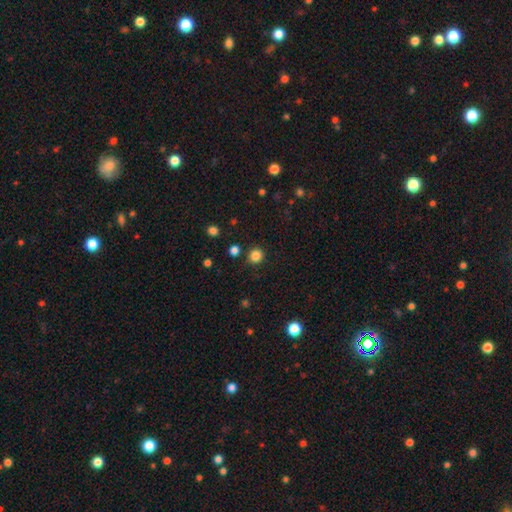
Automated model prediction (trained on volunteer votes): Overall: smooth (84%). How rounded: round (91%). Merging: none (88%).